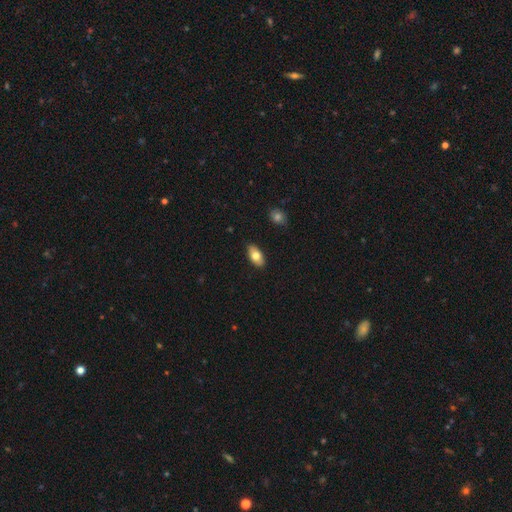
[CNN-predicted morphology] Smooth or featured? Predicted: smooth (p=0.76). How rounded? Predicted: in between (p=0.92). Merging? Predicted: none (p=0.87).